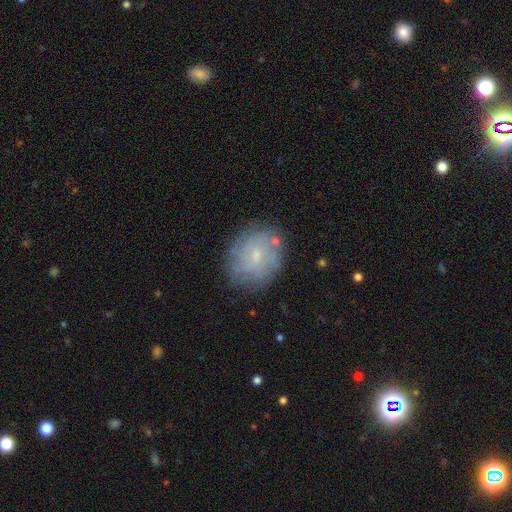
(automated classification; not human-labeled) smooth 49%, featured or disk 41%, star or artifact 9%. Down the decision tree: merging — none (75%).